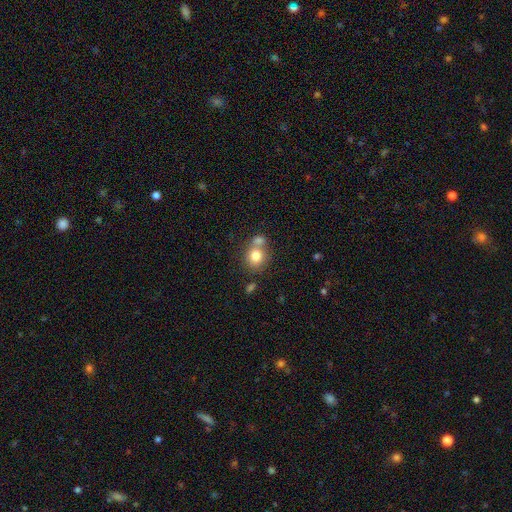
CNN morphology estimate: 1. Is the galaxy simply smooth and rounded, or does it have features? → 79% smooth, 11% featured or disk, 10% star or artifact.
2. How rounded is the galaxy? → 78% round, 21% in between, 1% cigar-shaped.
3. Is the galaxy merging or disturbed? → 50% none, 37% merger, 9% minor disturbance, 3% major disturbance.